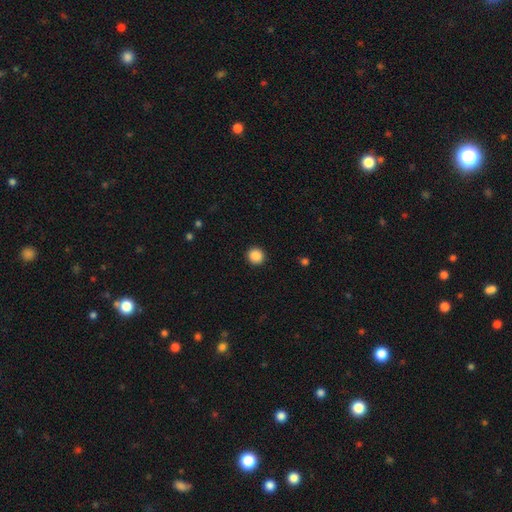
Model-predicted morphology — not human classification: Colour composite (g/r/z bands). It shows a smooth galaxy with no disk features (88%) that is round (94%). Merging: none (93%).